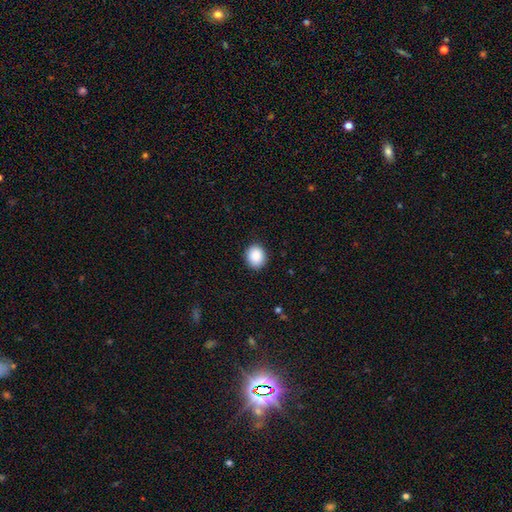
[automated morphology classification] This appears to be a smooth galaxy with no disk features (89%) that is round (69%). Merging: none (89%).